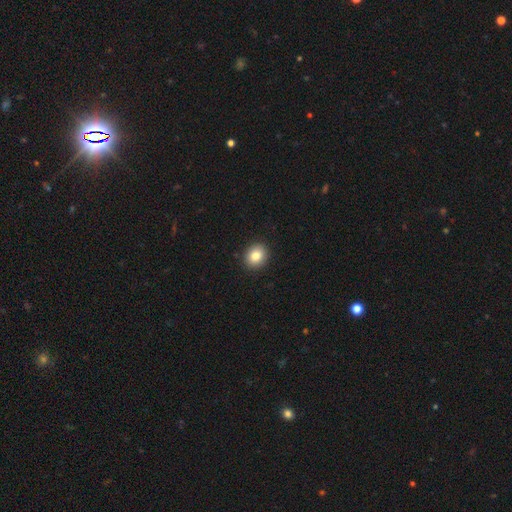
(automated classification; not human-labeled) Smooth or featured: smooth — 83% (star or artifact — 9%)
How rounded: round — 63% (in between — 36%)
Merging: none — 91% (minor disturbance — 6%)